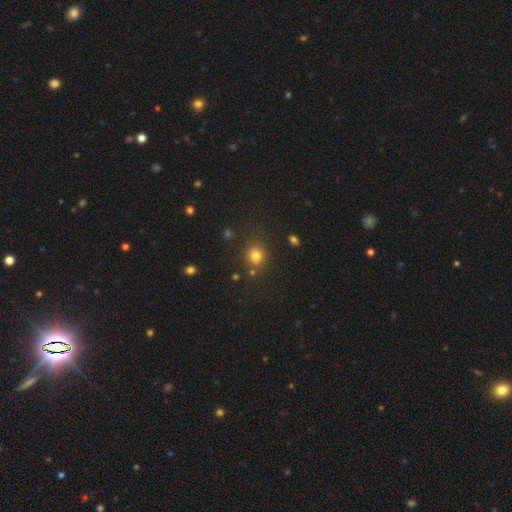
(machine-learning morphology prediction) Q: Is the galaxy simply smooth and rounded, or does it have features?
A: smooth — 77%.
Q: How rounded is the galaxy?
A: round — 85%.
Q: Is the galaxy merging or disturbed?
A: none — 76%.